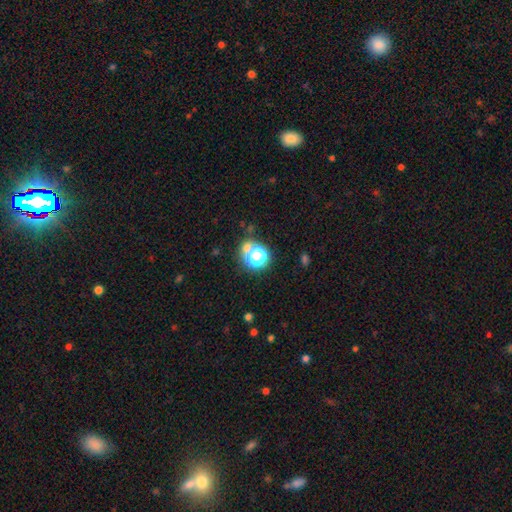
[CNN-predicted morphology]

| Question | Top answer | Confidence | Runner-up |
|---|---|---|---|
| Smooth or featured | smooth | 51% | star or artifact (39%) |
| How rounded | round | 84% | in between (15%) |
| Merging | none | 62% | merger (22%) |